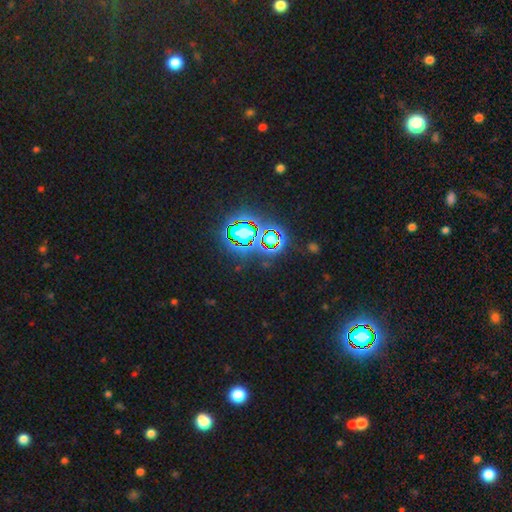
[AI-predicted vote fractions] This is clearly a star or artifact rather than a galaxy (81%).